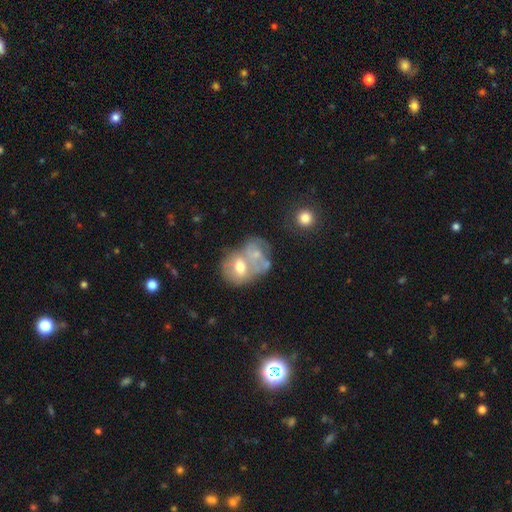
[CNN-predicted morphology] A featured or disk galaxy (45%, tied with smooth). Merging: merger (61%).